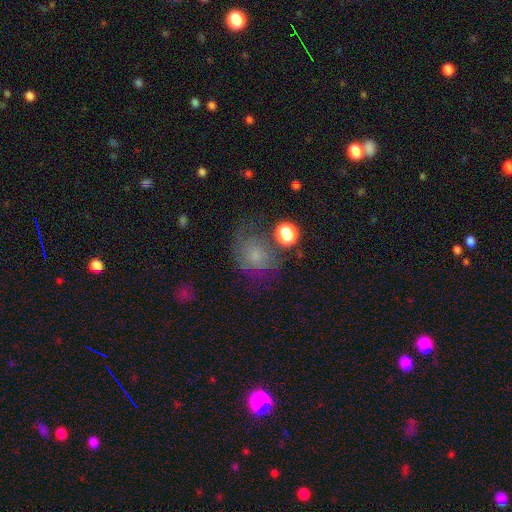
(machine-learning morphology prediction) Smooth or featured? smooth (44%)
Merging? none (53%)